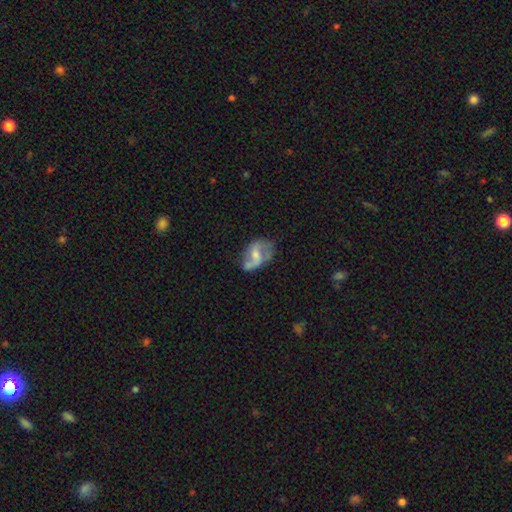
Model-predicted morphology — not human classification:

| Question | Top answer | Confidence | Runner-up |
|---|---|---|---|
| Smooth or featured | featured or disk | 67% | smooth (26%) |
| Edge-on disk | no | 97% | yes (3%) |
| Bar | weak | 46% | no (39%) |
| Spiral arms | yes | 79% | no (21%) |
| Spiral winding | loose | 60% | medium (32%) |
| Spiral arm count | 2 | 82% | can't tell (7%) |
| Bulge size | moderate | 44% | small (38%) |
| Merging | none | 48% | minor disturbance (27%) |